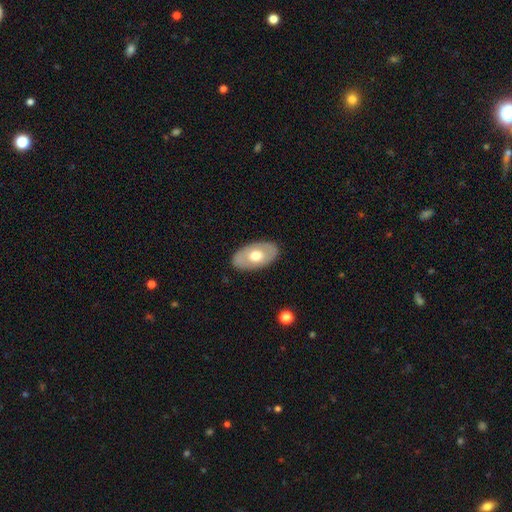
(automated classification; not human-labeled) smooth_or_featured: smooth (p=0.55) [alt: featured or disk p=0.40]
how_rounded: in between (p=0.92) [alt: round p=0.06]
merging: none (p=0.86) [alt: minor disturbance p=0.10]